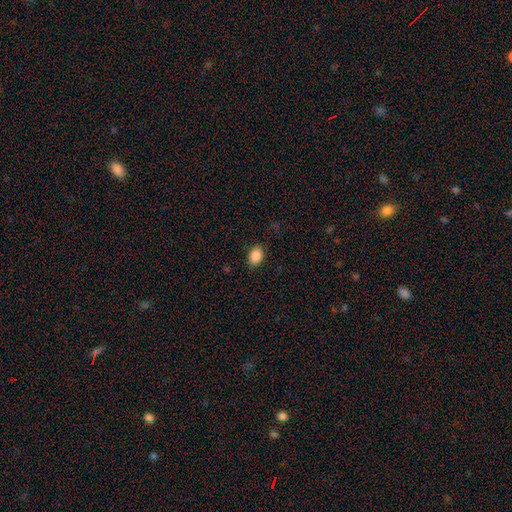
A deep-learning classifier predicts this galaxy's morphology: The model was most divided on "how rounded": in between: 76%, round: 22%, cigar-shaped: 1%. More confident: smooth or featured — smooth (88%); merging — none (87%).